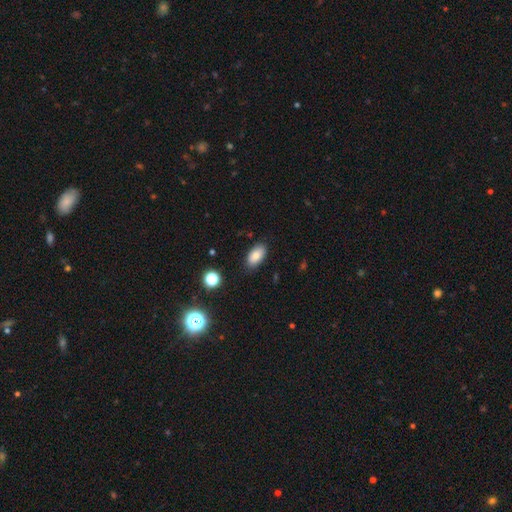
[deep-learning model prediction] This is clearly a smooth galaxy (81%). How rounded: clearly in between (92%). Merging: clearly none (85%).